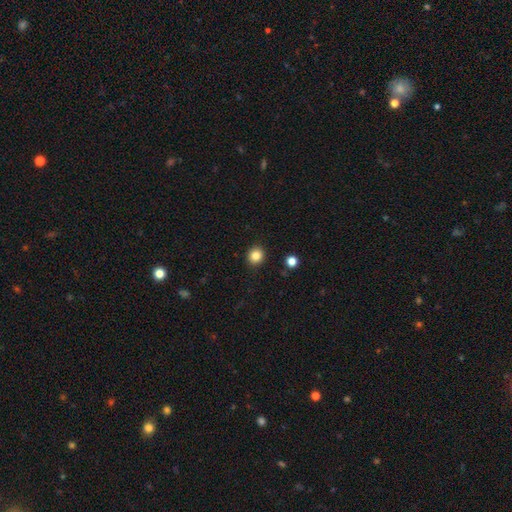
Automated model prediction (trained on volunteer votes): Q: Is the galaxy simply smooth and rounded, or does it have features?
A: smooth — 84%.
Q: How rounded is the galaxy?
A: round — 88%.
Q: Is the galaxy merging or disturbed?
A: none — 92%.